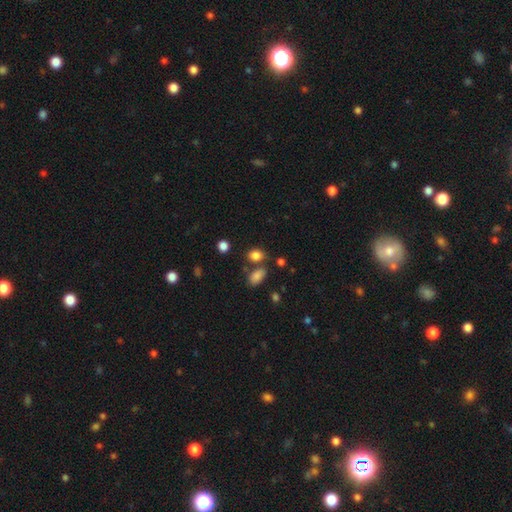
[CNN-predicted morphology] The model was most divided on "merging": none: 65%, merger: 17%, minor disturbance: 14%, major disturbance: 5%. More confident: smooth or featured — smooth (83%); how rounded — in between (74%).